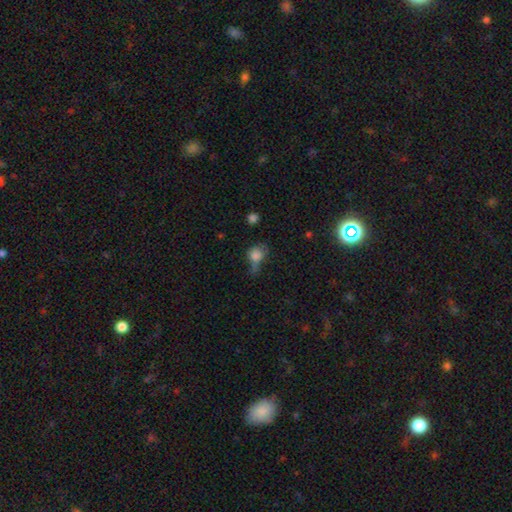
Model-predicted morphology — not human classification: smooth 73%, featured or disk 14%, star or artifact 14%. Down the decision tree: how rounded — round (58%); merging — none (31%).